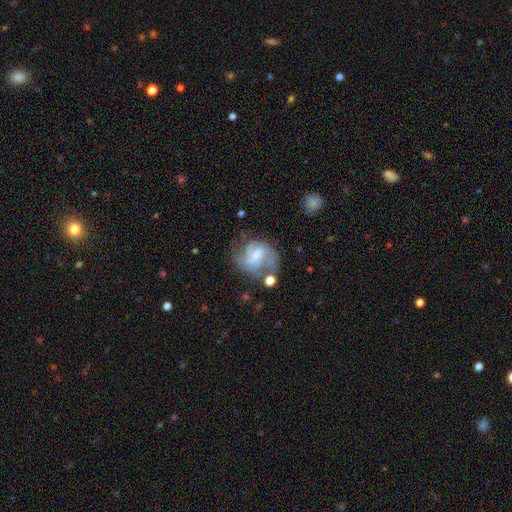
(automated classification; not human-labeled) The model was most divided on "spiral arm count": 2: 35%, can't tell: 27%, 3: 23%, 1: 6%, 4: 5%, more than 4: 3%. Remaining: edge-on disk — no (98%); spiral arms — yes (86%); smooth or featured — featured or disk (71%); bar — weak (51%); spiral winding — medium (45%); merging — none (43%); bulge size — small (39%).